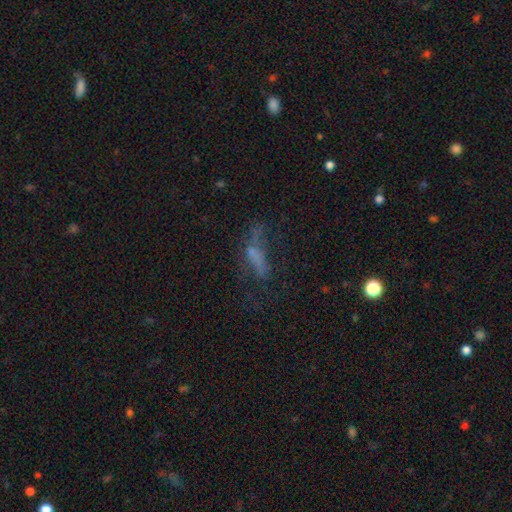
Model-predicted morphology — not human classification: This is marginally a smooth galaxy (41%). Merging: marginally major disturbance (37%, tied with none).